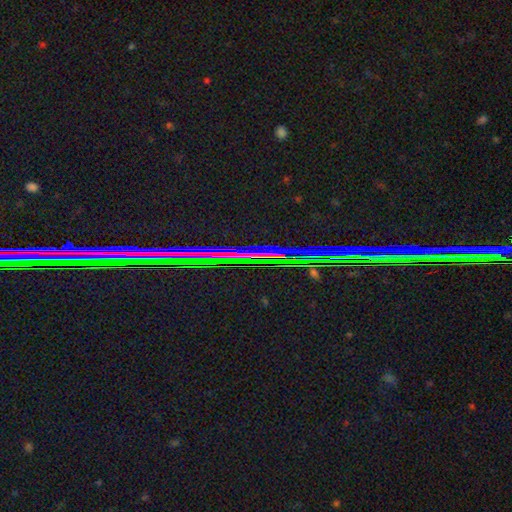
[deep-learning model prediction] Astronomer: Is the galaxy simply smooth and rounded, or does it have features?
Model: star or artifact — 87%.